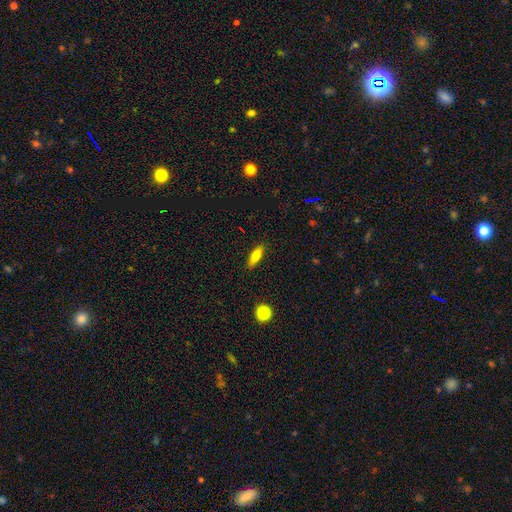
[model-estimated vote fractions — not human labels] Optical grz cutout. It shows a smooth galaxy with no disk features (69%) that is cigar-shaped (49%). Merging: none (89%).